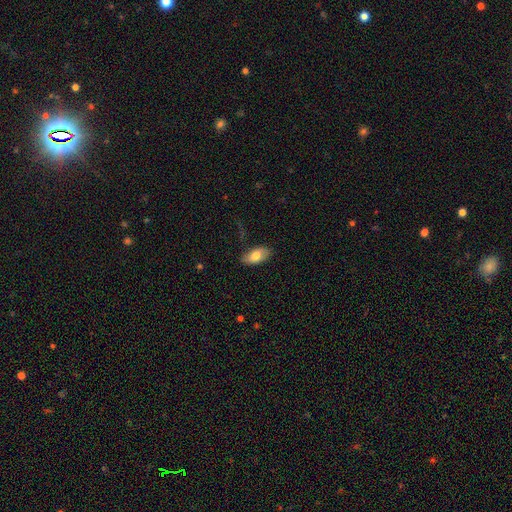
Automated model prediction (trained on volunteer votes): The model was most divided on "smooth or featured": smooth: 74%, featured or disk: 20%, star or artifact: 6%. More confident: how rounded — in between (92%); merging — none (81%).